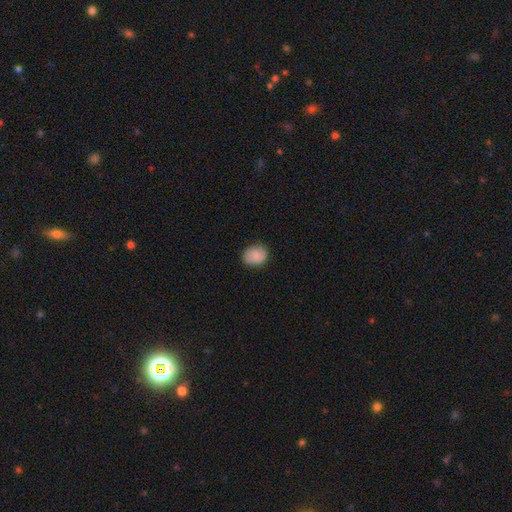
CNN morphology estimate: Smooth or featured?
  - smooth: 85% *
  - featured or disk: 8%
  - star or artifact: 7%
How rounded?
  - round: 63% *
  - in between: 36%
  - cigar-shaped: 1%
Merging?
  - none: 84% *
  - minor disturbance: 13%
  - major disturbance: 3%
  - merger: 1%